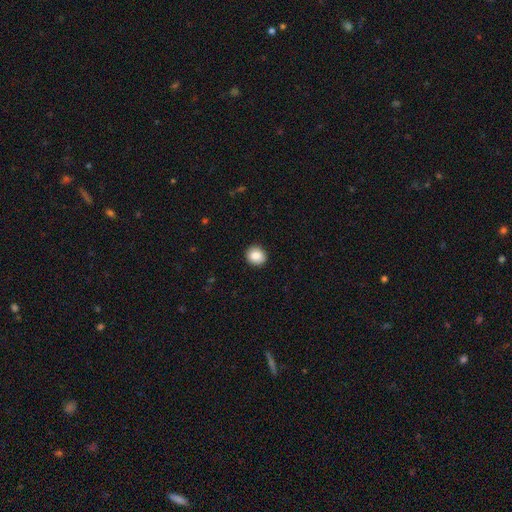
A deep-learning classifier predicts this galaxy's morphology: type=smooth (86%); roundness=round (84%); merging=none (91%).